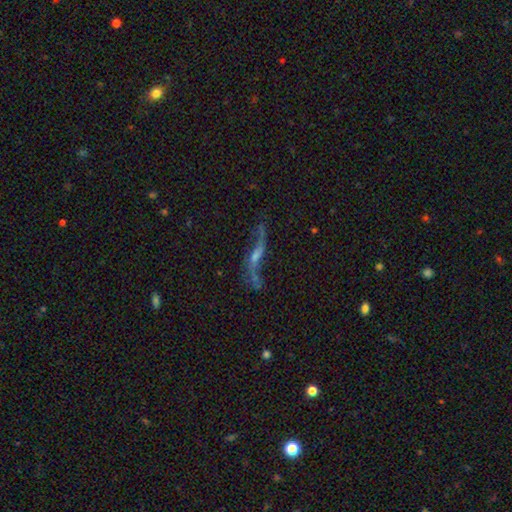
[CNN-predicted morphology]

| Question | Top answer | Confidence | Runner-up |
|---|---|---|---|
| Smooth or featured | featured or disk | 77% | smooth (12%) |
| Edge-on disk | no | 73% | yes (27%) |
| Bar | weak | 39% | tied: no (39%) |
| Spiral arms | yes | 87% | no (13%) |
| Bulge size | small | 43% | moderate (28%) |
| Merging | none | 55% | minor disturbance (19%) |